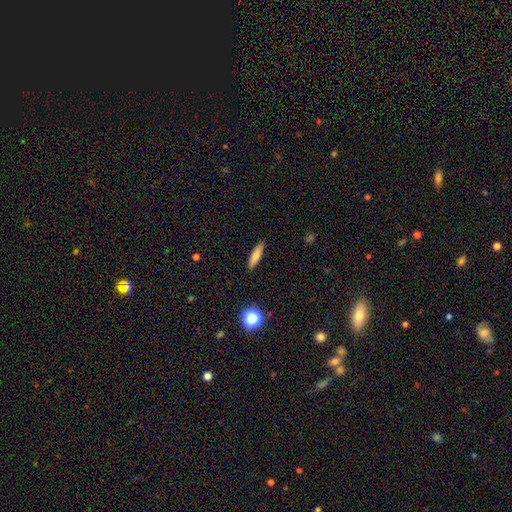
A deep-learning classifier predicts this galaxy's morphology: The model was most divided on "how rounded": cigar-shaped: 77%, in between: 21%, round: 2%. More confident: merging — none (88%); smooth or featured — smooth (79%).